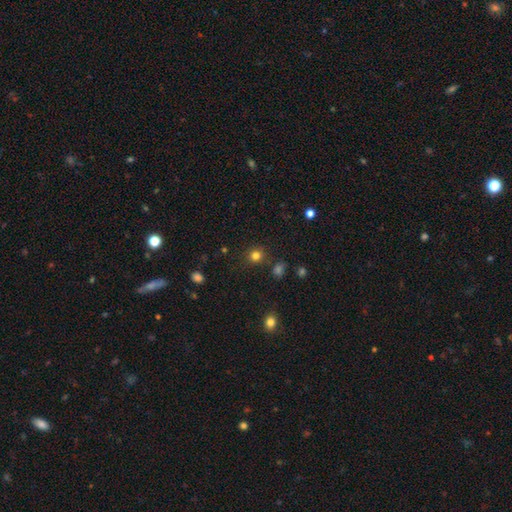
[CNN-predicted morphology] A smooth galaxy with no disk features (80%) that is round (87%). Merging: none (86%).